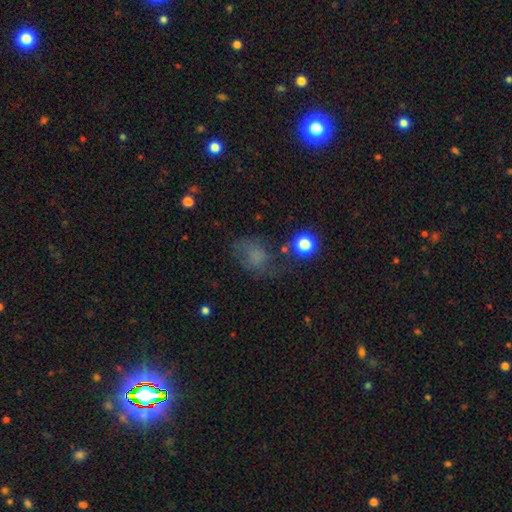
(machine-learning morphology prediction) smooth-or-featured: smooth: 59% | featured or disk: 21% | star or artifact: 20%
  how-rounded: in between: 62% | round: 36% | cigar-shaped: 2%
  merging: none: 46% | minor disturbance: 25% | major disturbance: 25% | merger: 4%